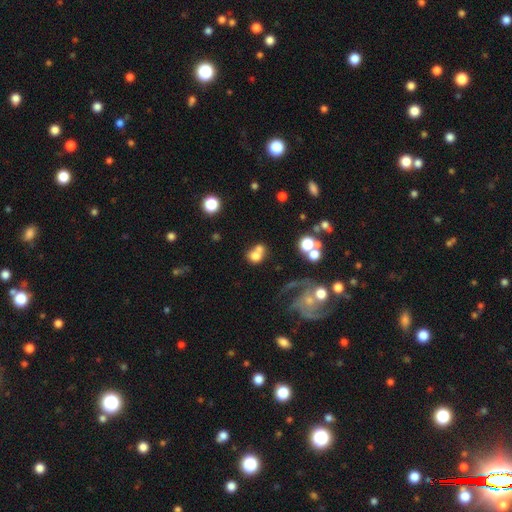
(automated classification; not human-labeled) A smooth galaxy with no disk features (68%) that is round (63%). Merging: merger (53%).